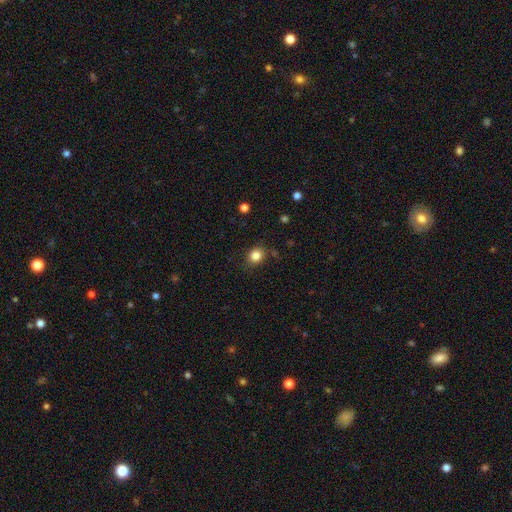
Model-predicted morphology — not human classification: Q: Smooth or featured?
A: smooth (83%); runner-up: star or artifact (11%)
Q: How rounded?
A: round (72%); runner-up: in between (27%)
Q: Merging?
A: none (84%); runner-up: minor disturbance (11%)